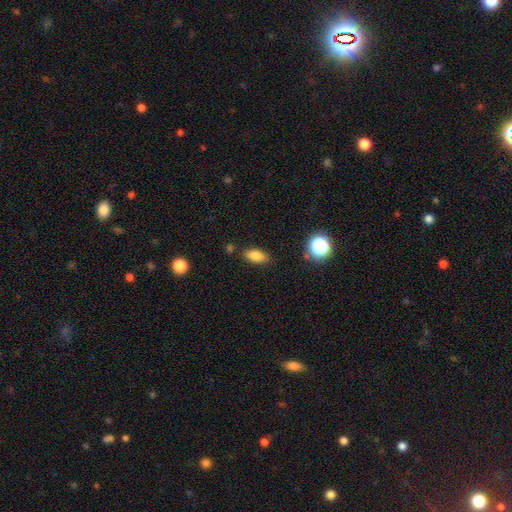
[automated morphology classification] Smooth or featured?
  - smooth: 83% *
  - star or artifact: 11%
  - featured or disk: 7%
How rounded?
  - in between: 83% *
  - cigar-shaped: 12%
  - round: 6%
Merging?
  - none: 83% *
  - minor disturbance: 11%
  - merger: 3%
  - major disturbance: 3%